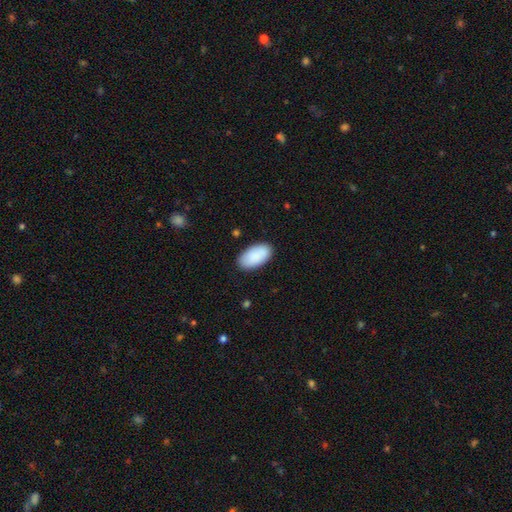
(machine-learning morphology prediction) smooth_or_featured: smooth (p=0.90) [alt: star or artifact p=0.06]
how_rounded: in between (p=0.96) [alt: round p=0.02]
merging: none (p=0.87) [alt: minor disturbance p=0.10]